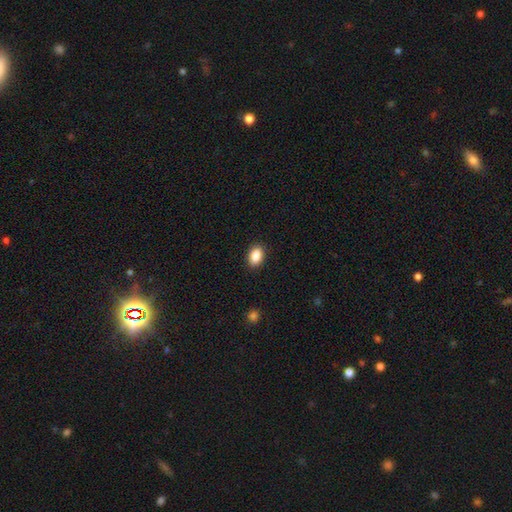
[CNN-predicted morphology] This is clearly a smooth galaxy (88%). How rounded: clearly in between (85%). Merging: clearly none (90%).